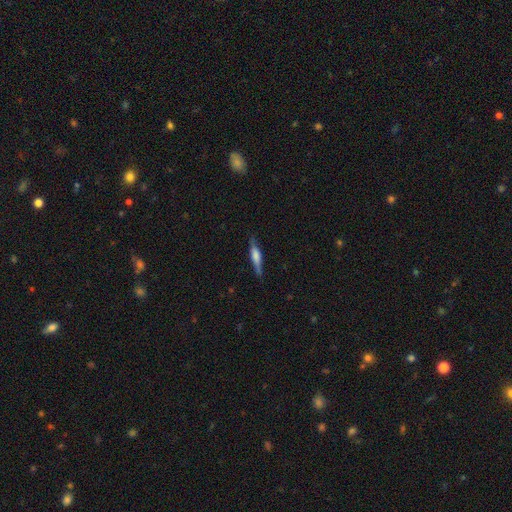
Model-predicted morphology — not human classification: Overall: featured or disk (51%; smooth 42%). Edge-on disk: yes (94%). Merging: none (79%).